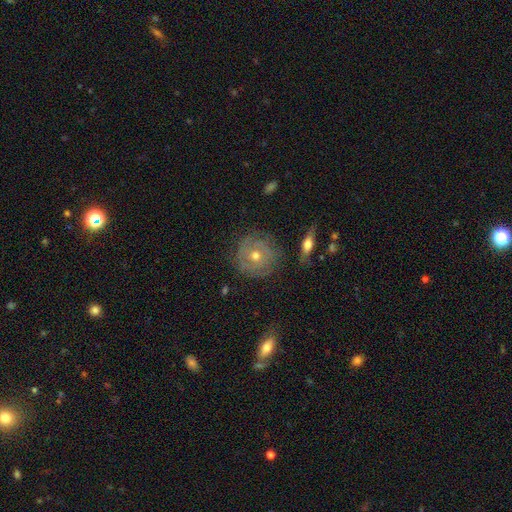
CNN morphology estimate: The model was most divided on "spiral arms": yes: 69%, no: 31%. More confident: edge-on disk — no (94%); bar — no (81%); merging — none (78%); smooth or featured — featured or disk (68%); bulge size — moderate (67%).